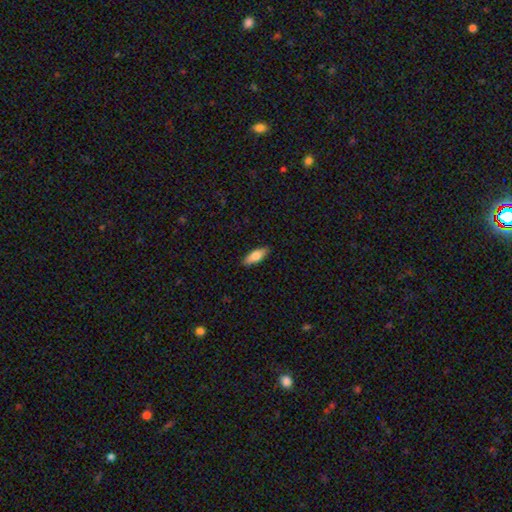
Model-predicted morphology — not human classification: A smooth galaxy with no disk features (79%) that is in between round and cigar-shaped (69%).

Vote fractions:
- Smooth or featured? smooth: 79% / featured or disk: 15% / star or artifact: 6%
- How rounded? in between: 69% / cigar-shaped: 29% / round: 2%
- Merging? none: 89% / minor disturbance: 9% / major disturbance: 2% / merger: 1%